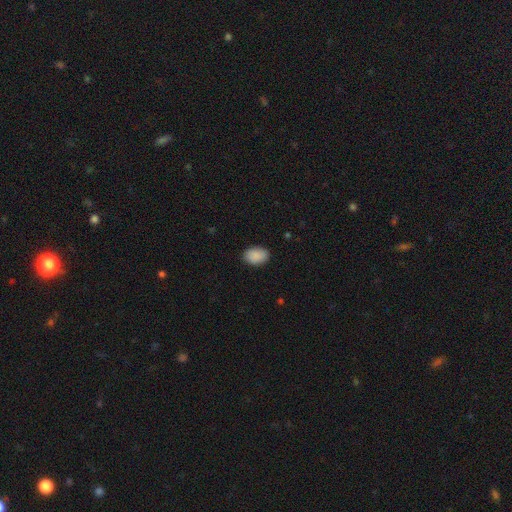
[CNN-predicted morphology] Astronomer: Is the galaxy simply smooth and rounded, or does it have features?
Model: smooth — 90%.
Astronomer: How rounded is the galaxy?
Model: in between — 84%.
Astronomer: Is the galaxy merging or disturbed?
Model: none — 86%.